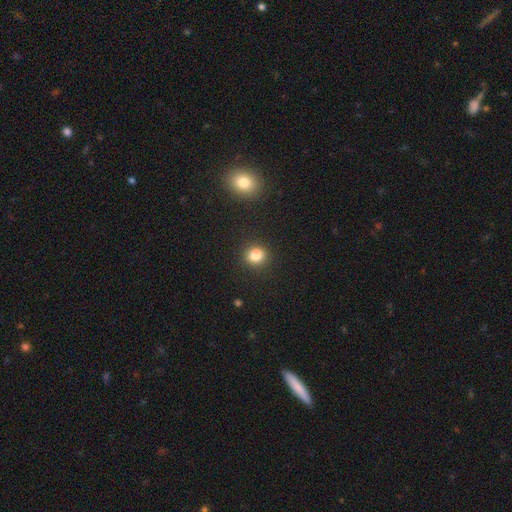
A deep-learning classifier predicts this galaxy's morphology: Smooth or featured? smooth (82%)
How rounded? round (80%)
Merging? none (89%)